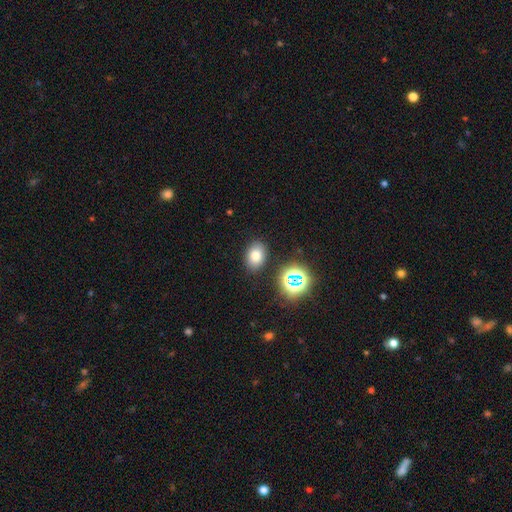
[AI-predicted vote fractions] Overall: smooth (73%). How rounded: in between (78%). Merging: none (84%).